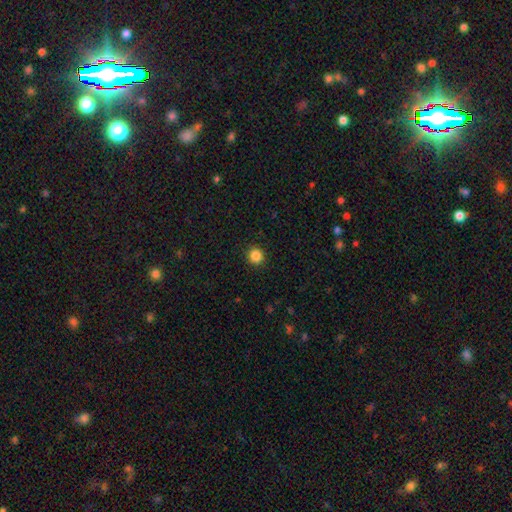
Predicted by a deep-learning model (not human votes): A smooth galaxy with no disk features (86%) that is round (91%). Merging: none (92%).